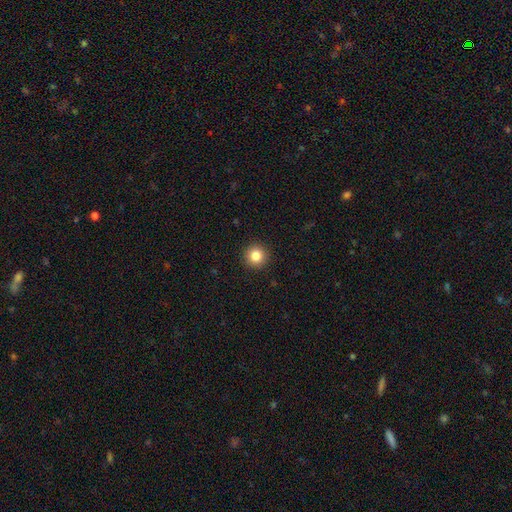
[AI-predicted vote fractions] Smooth or featured: smooth — 84% (star or artifact — 11%)
How rounded: round — 95% (in between — 4%)
Merging: none — 93% (minor disturbance — 4%)